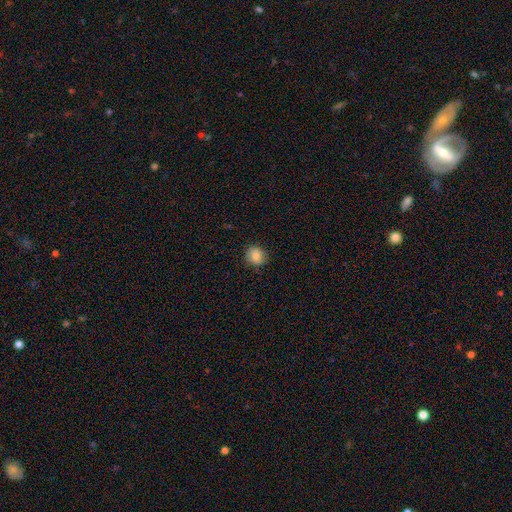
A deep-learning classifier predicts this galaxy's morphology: This appears to be a smooth galaxy with no disk features (81%) that is round (77%). Merging: none (83%).